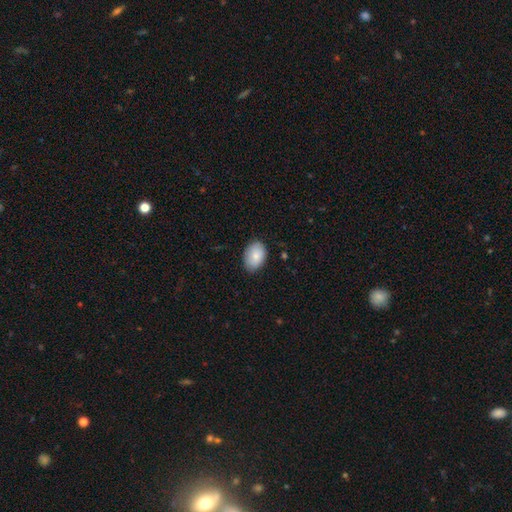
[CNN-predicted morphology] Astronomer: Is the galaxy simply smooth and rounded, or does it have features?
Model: smooth — 83%.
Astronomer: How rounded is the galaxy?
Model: in between — 86%.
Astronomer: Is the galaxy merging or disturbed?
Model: none — 84%.